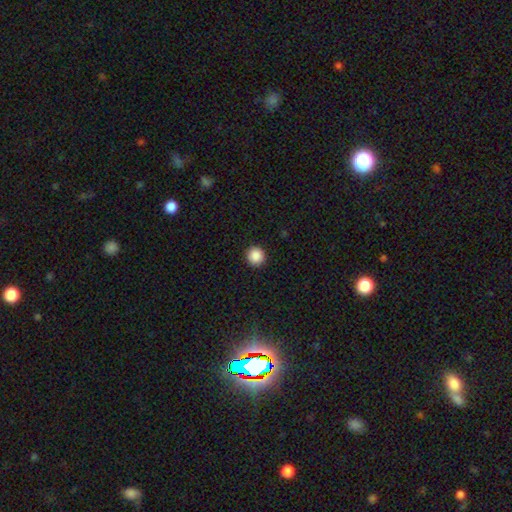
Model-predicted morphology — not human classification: Q: Smooth or featured?
A: smooth (88%); runner-up: star or artifact (9%)
Q: How rounded?
A: round (95%); runner-up: in between (4%)
Q: Merging?
A: none (93%); runner-up: minor disturbance (4%)